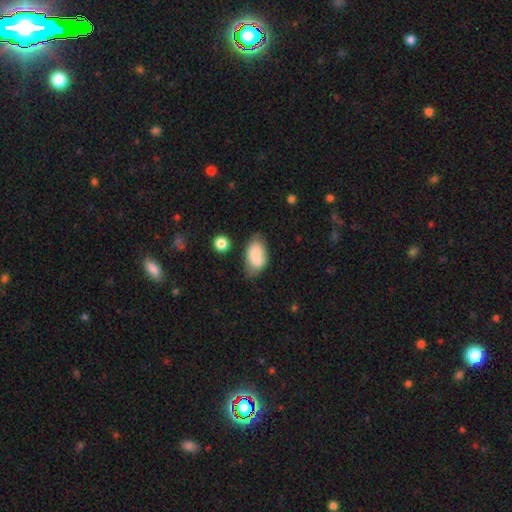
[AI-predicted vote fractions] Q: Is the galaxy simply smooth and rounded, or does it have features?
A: smooth — 83%.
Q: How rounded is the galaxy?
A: in between — 92%.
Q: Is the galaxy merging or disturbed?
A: none — 60%.